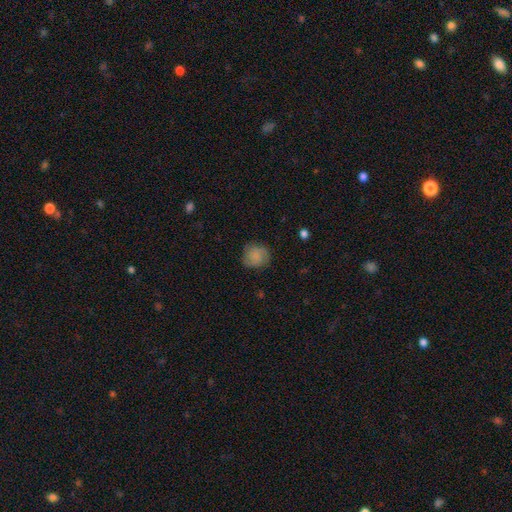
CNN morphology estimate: smooth_or_featured: smooth (p=0.76) [alt: featured or disk p=0.15]
how_rounded: round (p=0.84) [alt: in between p=0.15]
merging: none (p=0.77) [alt: minor disturbance p=0.17]